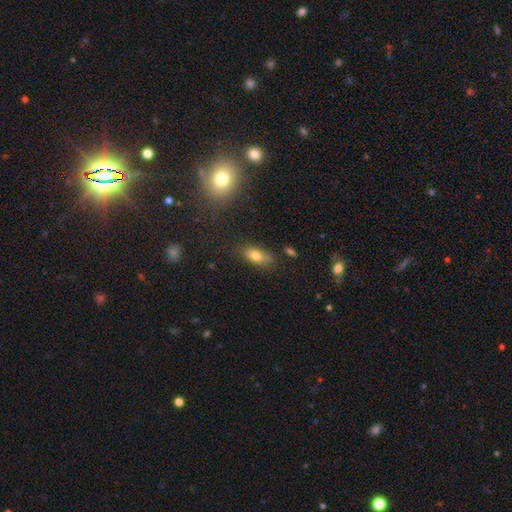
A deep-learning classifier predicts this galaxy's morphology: Smooth or featured: smooth — 76% (featured or disk — 13%)
How rounded: in between — 83% (cigar-shaped — 9%)
Merging: none — 74% (minor disturbance — 18%)